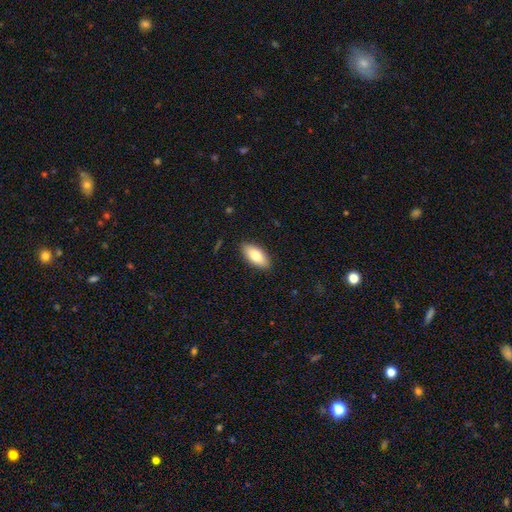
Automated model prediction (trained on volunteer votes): Morphology: type=smooth (80%); roundness=in between (88%); merging=none (88%).